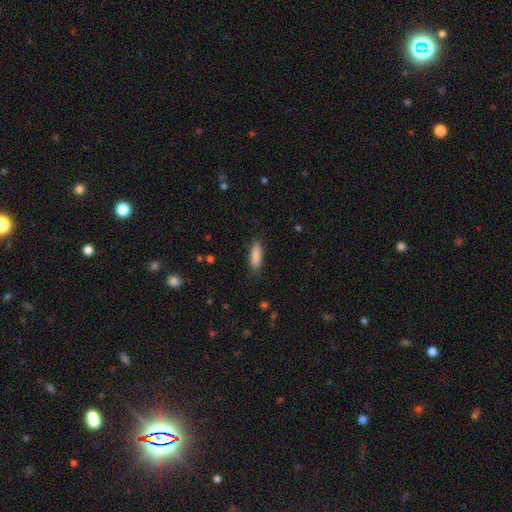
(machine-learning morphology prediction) type=smooth (87%); roundness=cigar-shaped (54%); merging=none (85%).